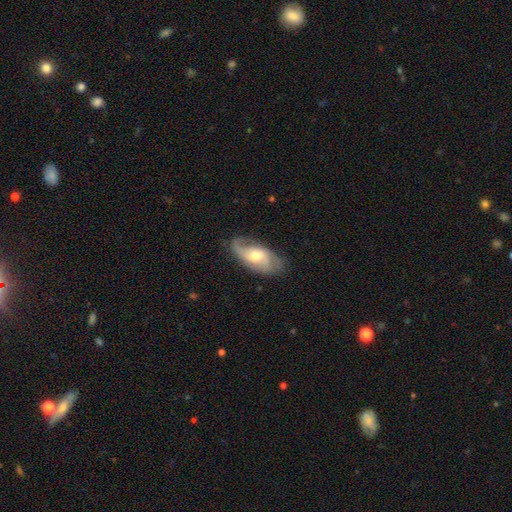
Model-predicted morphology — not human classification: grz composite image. It shows a featured or disk galaxy (76%) with no bar (55%), 2 (67%) medium (44%) spiral arms (92%) and a moderate central bulge (64%). Merging: none (72%).